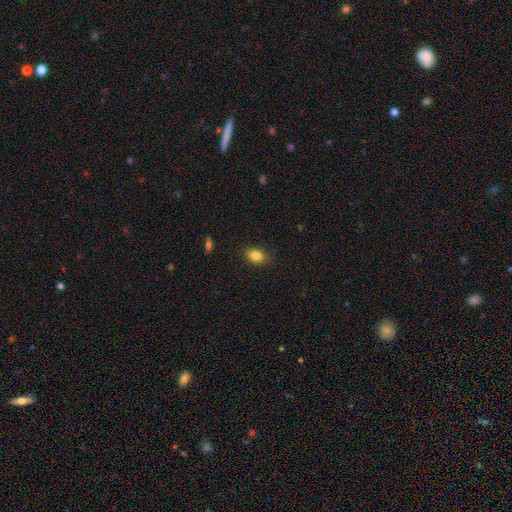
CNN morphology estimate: The model was most divided on "how rounded": in between: 67%, round: 32%, cigar-shaped: 2%. More confident: merging — none (86%); smooth or featured — smooth (84%).